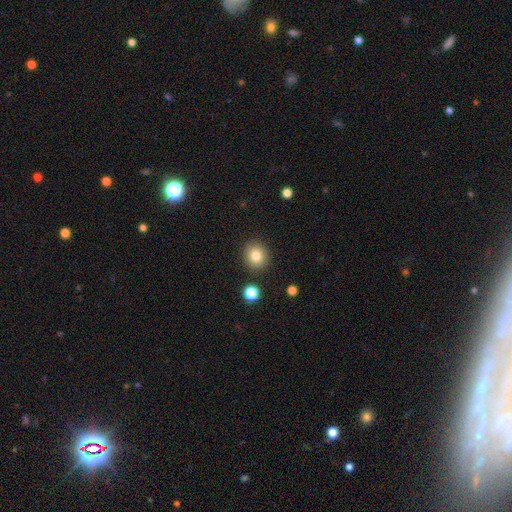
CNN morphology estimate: This appears to be a smooth galaxy with no disk features (83%) that is round (85%). Merging: none (89%).